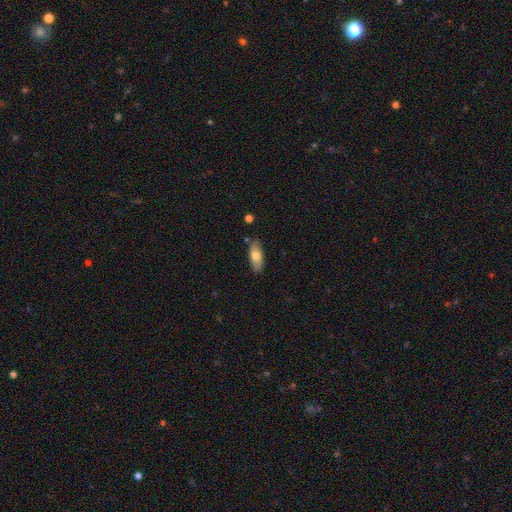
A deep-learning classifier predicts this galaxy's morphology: Smooth or featured?
  - smooth: 72% *
  - featured or disk: 21%
  - star or artifact: 7%
How rounded?
  - in between: 77% *
  - cigar-shaped: 21%
  - round: 2%
Merging?
  - none: 81% *
  - minor disturbance: 13%
  - merger: 3%
  - major disturbance: 2%